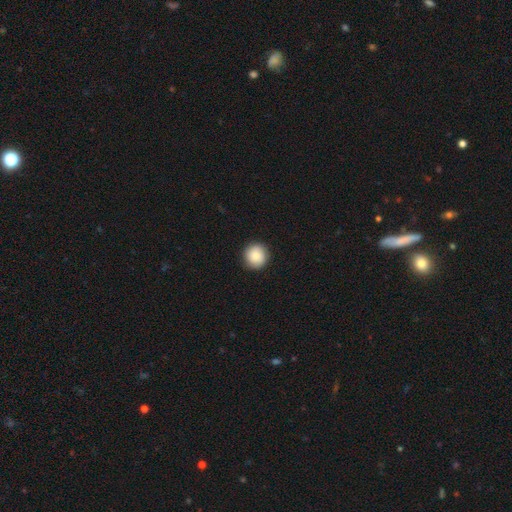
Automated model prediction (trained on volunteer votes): A smooth galaxy with no disk features (84%) that is round (94%). Merging: none (91%).